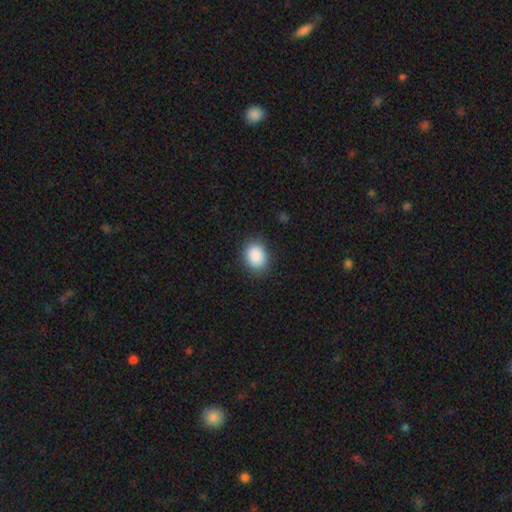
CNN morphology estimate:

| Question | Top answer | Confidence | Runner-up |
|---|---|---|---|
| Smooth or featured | smooth | 89% | star or artifact (8%) |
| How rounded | in between | 55% | round (44%) |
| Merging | none | 87% | minor disturbance (10%) |